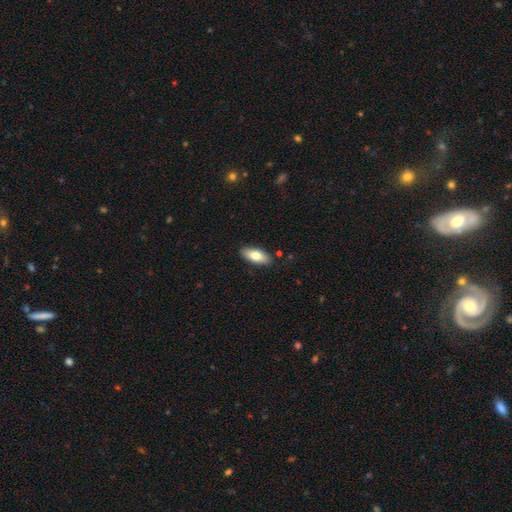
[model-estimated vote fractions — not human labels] Smooth or featured?
  - smooth: 77% *
  - featured or disk: 17%
  - star or artifact: 6%
How rounded?
  - in between: 84% *
  - cigar-shaped: 14%
  - round: 2%
Merging?
  - none: 87% *
  - minor disturbance: 10%
  - major disturbance: 2%
  - merger: 1%